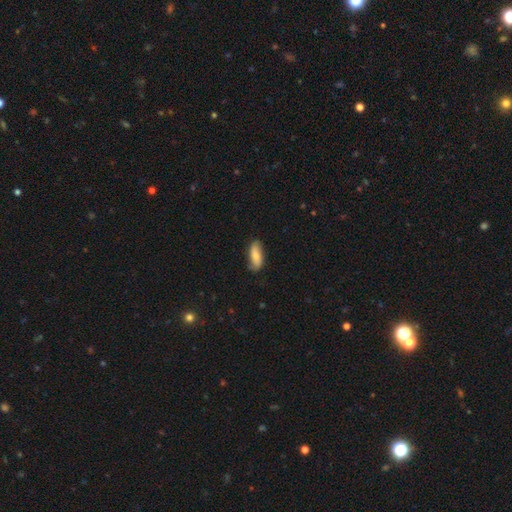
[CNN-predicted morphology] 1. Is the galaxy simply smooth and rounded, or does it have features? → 68% smooth, 26% featured or disk, 6% star or artifact.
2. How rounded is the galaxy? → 77% in between, 20% cigar-shaped, 2% round.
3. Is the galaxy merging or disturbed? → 75% none, 20% minor disturbance, 4% major disturbance, 1% merger.